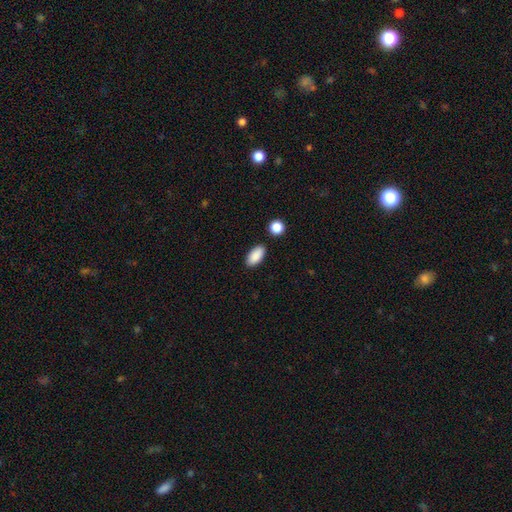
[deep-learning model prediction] smooth 89%, star or artifact 7%, featured or disk 4%. Down the decision tree: how rounded — in between (92%); merging — none (87%).